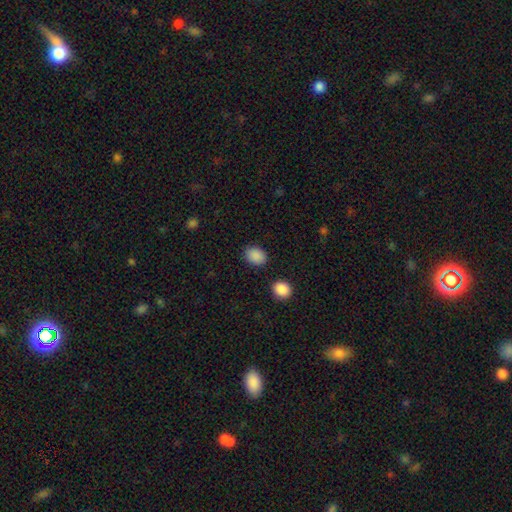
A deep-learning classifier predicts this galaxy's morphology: Smooth or featured? smooth (88%)
How rounded? in between (62%)
Merging? none (85%)